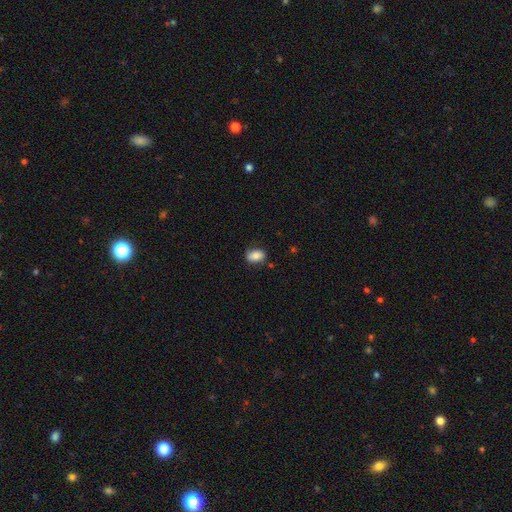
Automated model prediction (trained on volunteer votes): Smooth or featured?
  - smooth: 79% *
  - featured or disk: 13%
  - star or artifact: 8%
How rounded?
  - in between: 81% *
  - round: 17%
  - cigar-shaped: 2%
Merging?
  - none: 73% *
  - minor disturbance: 20%
  - major disturbance: 4%
  - merger: 2%